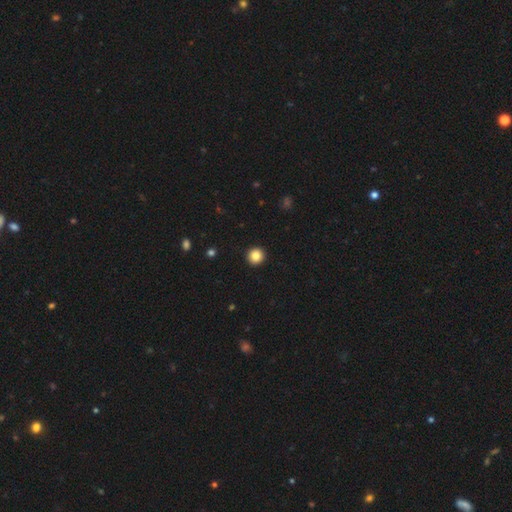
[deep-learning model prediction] Overall: smooth (85%). How rounded: round (95%). Merging: none (94%).